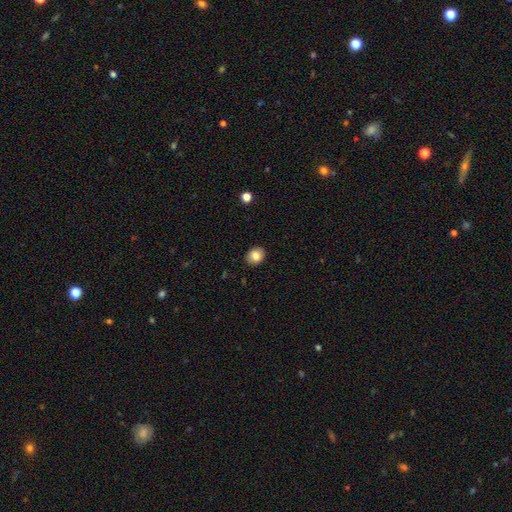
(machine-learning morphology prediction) This is clearly a smooth galaxy (83%). How rounded: likely round (61%). Merging: clearly none (90%).